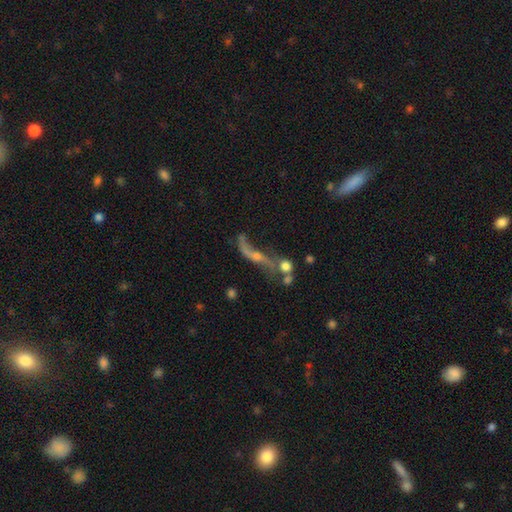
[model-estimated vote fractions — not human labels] The model was most divided on "merging": none: 32%, merger: 29%, major disturbance: 24%, minor disturbance: 15%. More confident: edge-on disk — no (65%); smooth or featured — featured or disk (62%).